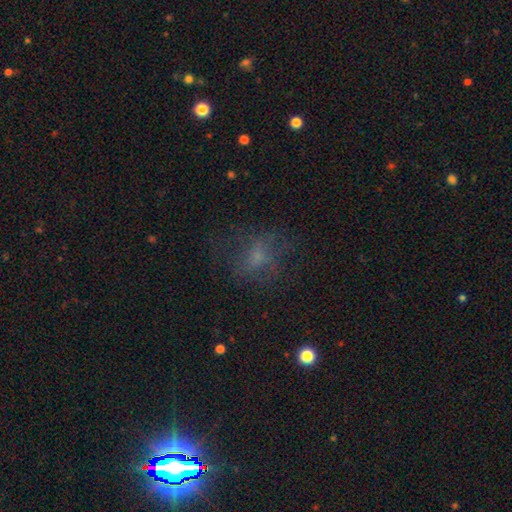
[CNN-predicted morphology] smooth 48%, featured or disk 27%, star or artifact 25%. Down the decision tree: merging — none (58%).